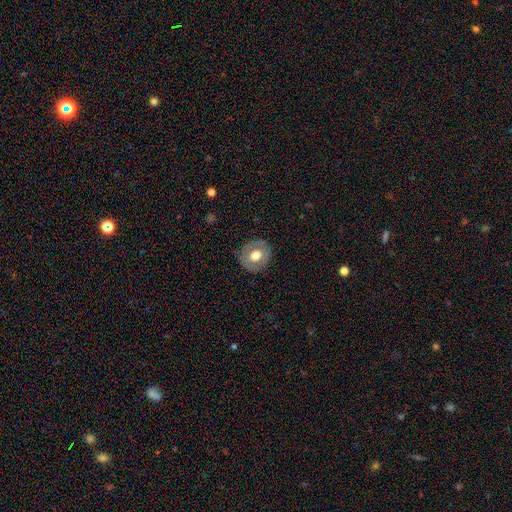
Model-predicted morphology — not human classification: A smooth galaxy with no disk features (57%) that is round (81%).

Vote fractions:
- Smooth or featured? smooth: 57% / featured or disk: 36% / star or artifact: 7%
- How rounded? round: 81% / in between: 18% / cigar-shaped: 1%
- Merging? none: 84% / minor disturbance: 12% / major disturbance: 3% / merger: 1%